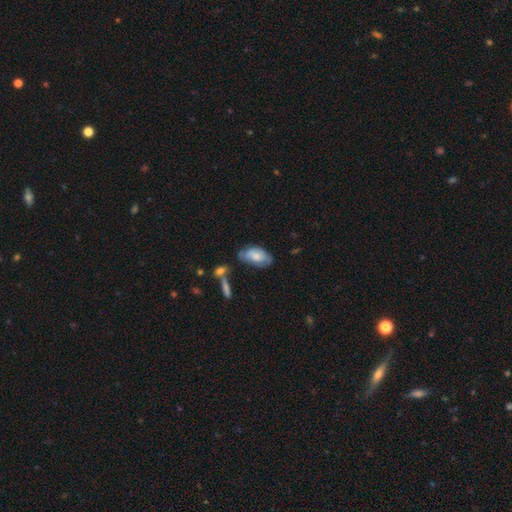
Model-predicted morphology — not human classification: A smooth galaxy with no disk features (65%) that is in between round and cigar-shaped (92%). Merging: none (48%).